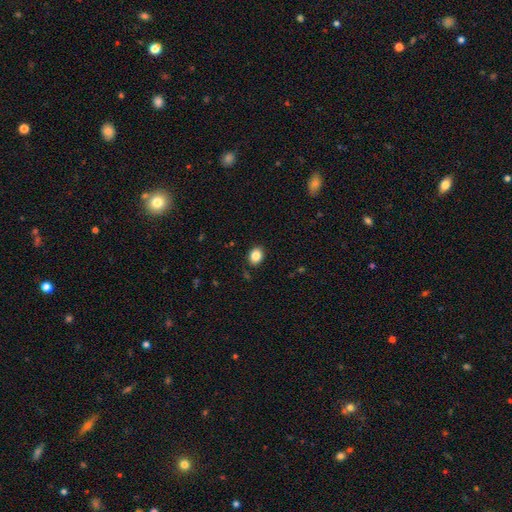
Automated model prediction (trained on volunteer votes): A smooth galaxy with no disk features (86%) that is in between round and cigar-shaped (53%). Merging: none (88%).